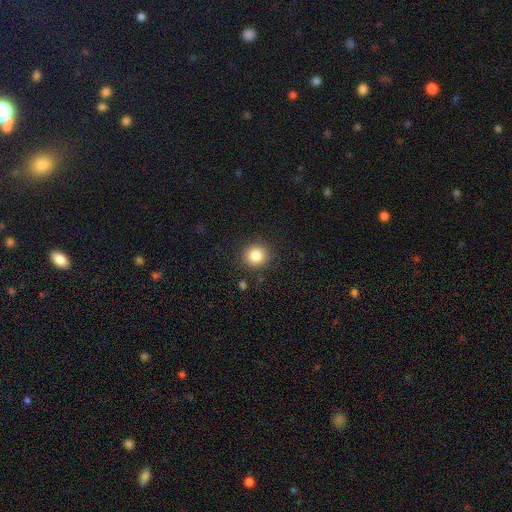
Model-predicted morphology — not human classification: smooth-or-featured: smooth: 83% | star or artifact: 11% | featured or disk: 6%
  how-rounded: round: 91% | in between: 9% | cigar-shaped: 1%
  merging: none: 89% | minor disturbance: 7% | major disturbance: 2% | merger: 2%